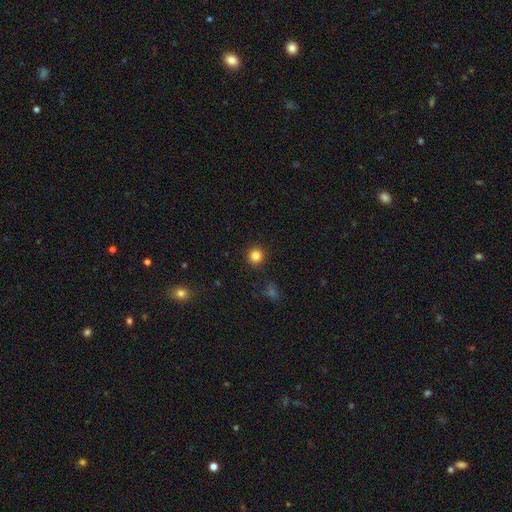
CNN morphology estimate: Smooth or featured? Predicted: smooth (p=0.83). How rounded? Predicted: round (p=0.94). Merging? Predicted: none (p=0.91).